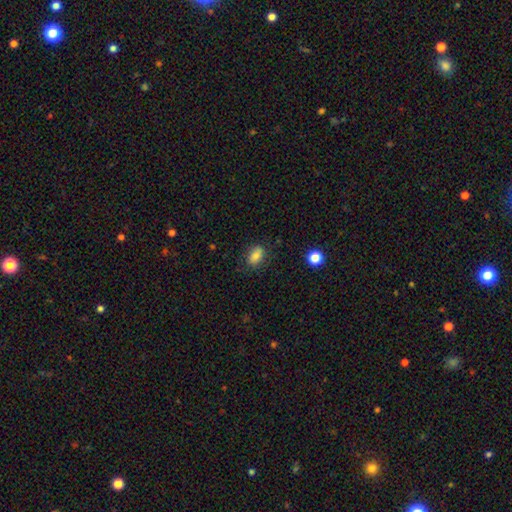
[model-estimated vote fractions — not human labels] A smooth galaxy with no disk features (81%) that is in between round and cigar-shaped (82%). Merging: none (79%).